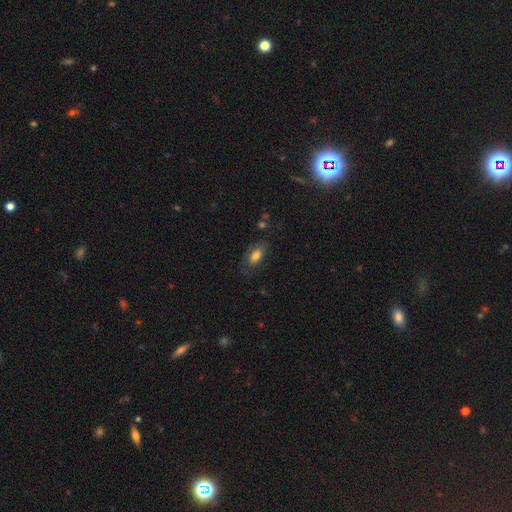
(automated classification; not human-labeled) smooth_or_featured: smooth (p=0.69) [alt: featured or disk p=0.23]
how_rounded: in between (p=0.89) [alt: cigar-shaped p=0.07]
merging: none (p=0.68) [alt: minor disturbance p=0.20]